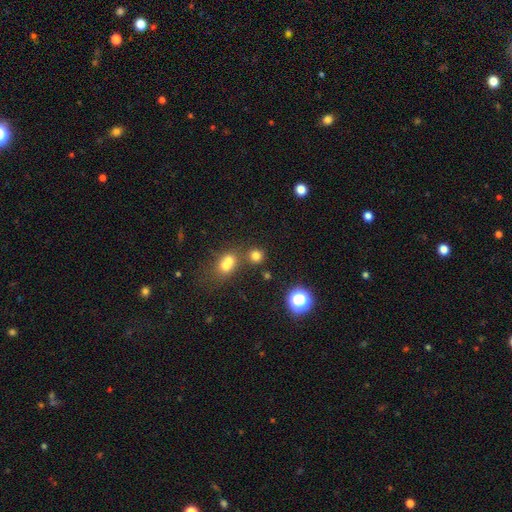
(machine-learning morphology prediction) The model was most divided on "merging": none: 62%, merger: 29%, minor disturbance: 7%, major disturbance: 3%. More confident: how rounded — round (87%); smooth or featured — smooth (73%).